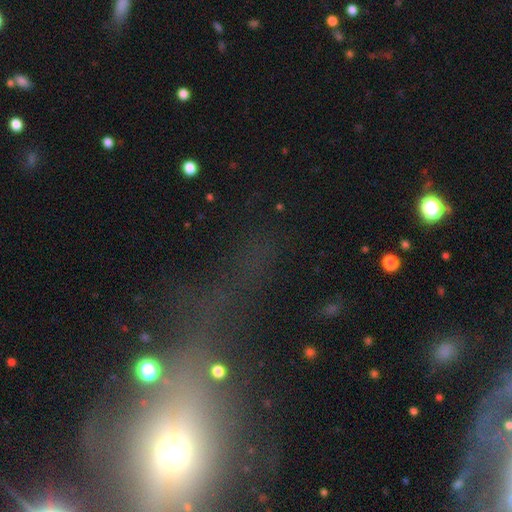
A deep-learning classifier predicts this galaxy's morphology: Smooth or featured? star or artifact (46%)